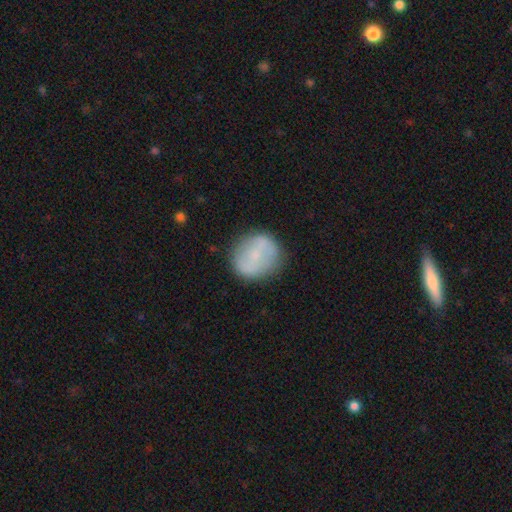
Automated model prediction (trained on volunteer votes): smooth 62%, featured or disk 30%, star or artifact 8%. Down the decision tree: how rounded — round (79%); merging — none (79%).